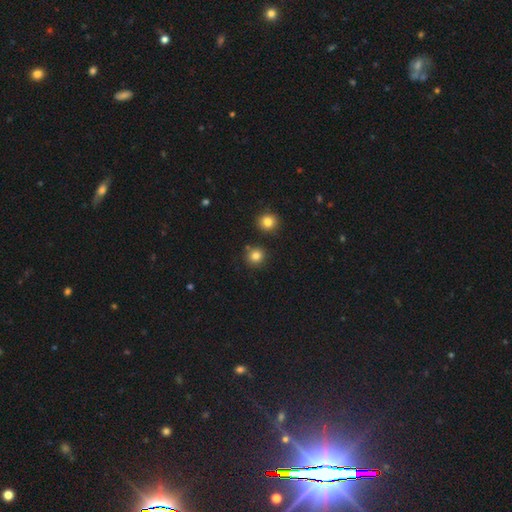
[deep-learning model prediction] Smooth or featured? smooth (83%)
How rounded? round (89%)
Merging? none (85%)